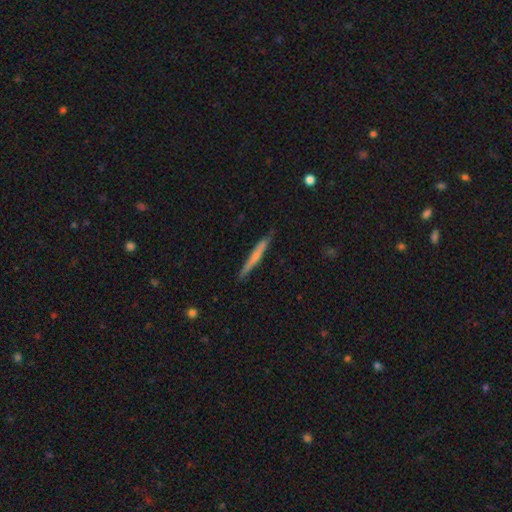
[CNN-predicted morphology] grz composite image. It shows a smooth galaxy with no disk features (52%) that is cigar-shaped (96%). Merging: none (86%).